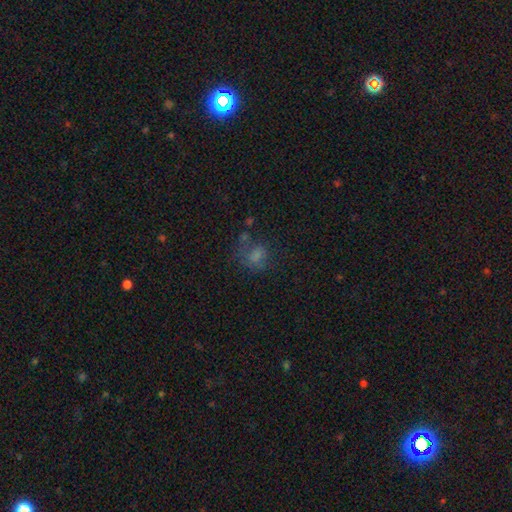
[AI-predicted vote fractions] Smooth or featured?
  - smooth: 61% *
  - star or artifact: 21%
  - featured or disk: 19%
How rounded?
  - round: 54% *
  - in between: 44%
  - cigar-shaped: 1%
Merging?
  - none: 46% *
  - major disturbance: 23%
  - minor disturbance: 21%
  - merger: 10%